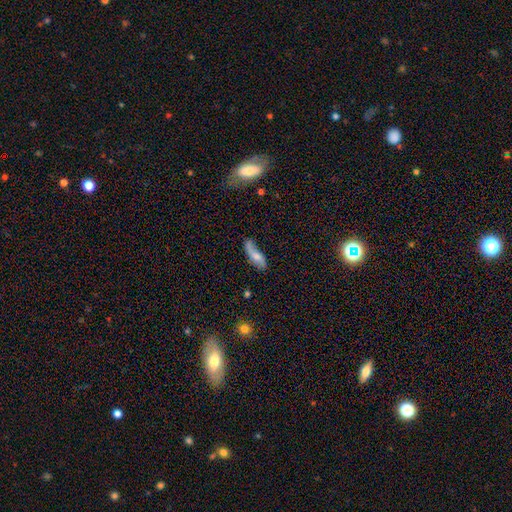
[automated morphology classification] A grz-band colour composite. It shows a featured or disk galaxy (49%). Merging: none (60%).